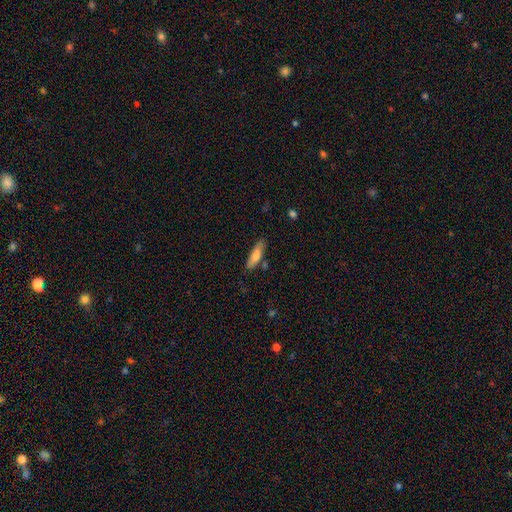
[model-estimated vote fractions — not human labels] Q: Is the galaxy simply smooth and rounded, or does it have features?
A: smooth — 75%.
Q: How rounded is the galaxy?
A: cigar-shaped — 72%.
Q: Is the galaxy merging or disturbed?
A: none — 77%.